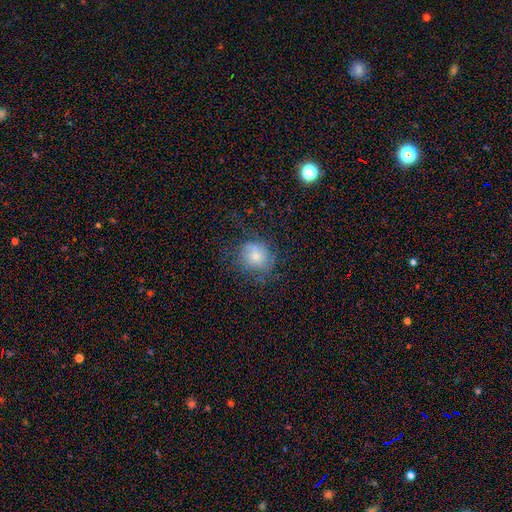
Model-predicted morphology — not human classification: type=smooth (61%); roundness=round (72%); merging=none (57%).